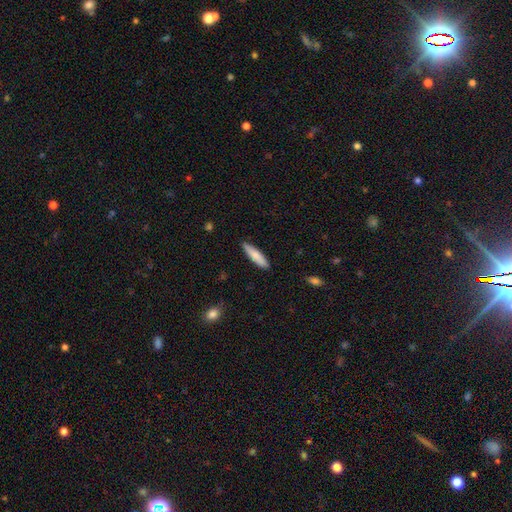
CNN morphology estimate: A smooth galaxy with no disk features (81%) that is cigar-shaped (76%).

Vote fractions:
- Smooth or featured? smooth: 81% / featured or disk: 14% / star or artifact: 6%
- How rounded? cigar-shaped: 76% / in between: 22% / round: 1%
- Merging? none: 87% / minor disturbance: 10% / major disturbance: 2% / merger: 1%